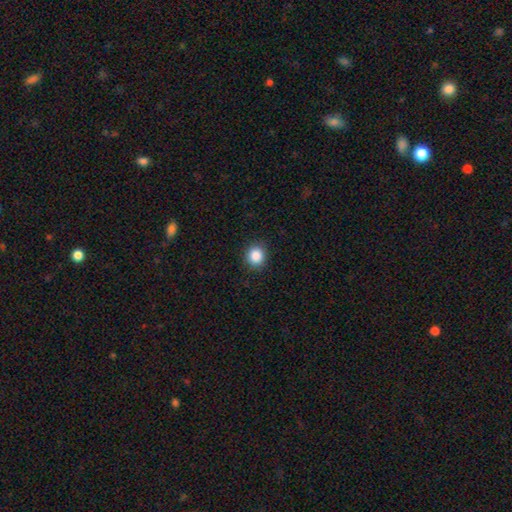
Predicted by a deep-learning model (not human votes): Overall: smooth (87%). How rounded: round (85%). Merging: none (90%).